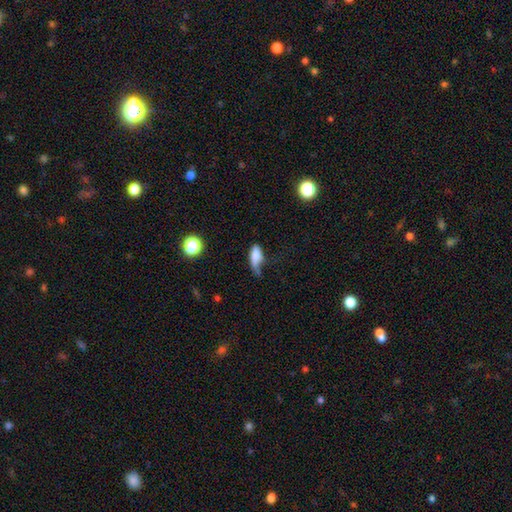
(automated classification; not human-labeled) Smooth or featured: smooth — 72% (featured or disk — 18%)
How rounded: in between — 75% (cigar-shaped — 21%)
Merging: minor disturbance — 37% (major disturbance — 30%)